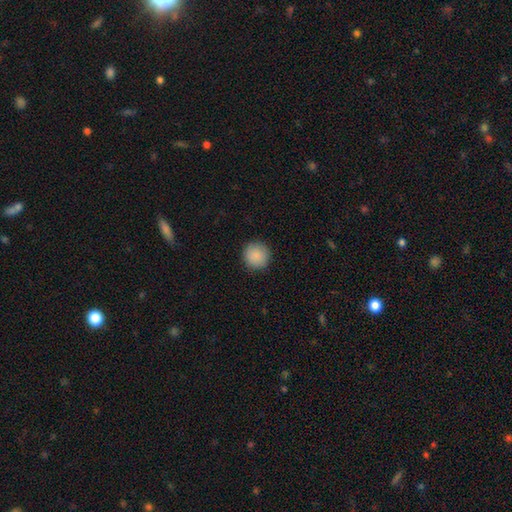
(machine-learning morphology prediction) Smooth or featured?
  - smooth: 89% *
  - star or artifact: 7%
  - featured or disk: 3%
How rounded?
  - round: 95% *
  - in between: 4%
  - cigar-shaped: 1%
Merging?
  - none: 91% *
  - minor disturbance: 6%
  - major disturbance: 2%
  - merger: 1%